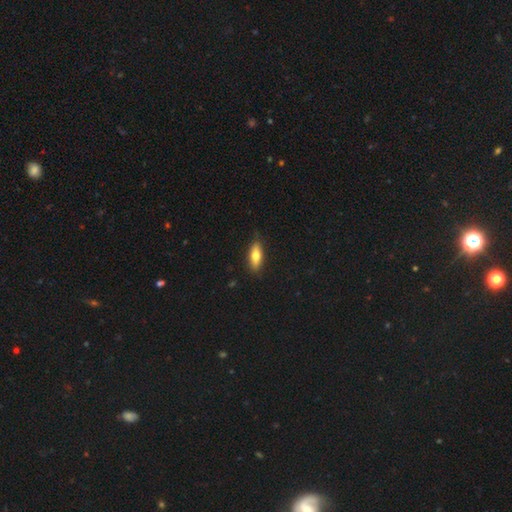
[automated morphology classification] smooth 72%, featured or disk 22%, star or artifact 6%. Down the decision tree: how rounded — in between (66%); merging — none (84%).